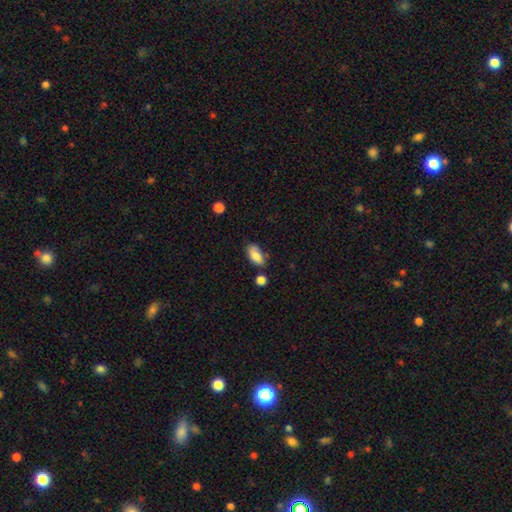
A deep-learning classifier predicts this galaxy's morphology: type=smooth (83%); roundness=in between (90%); merging=none (66%).